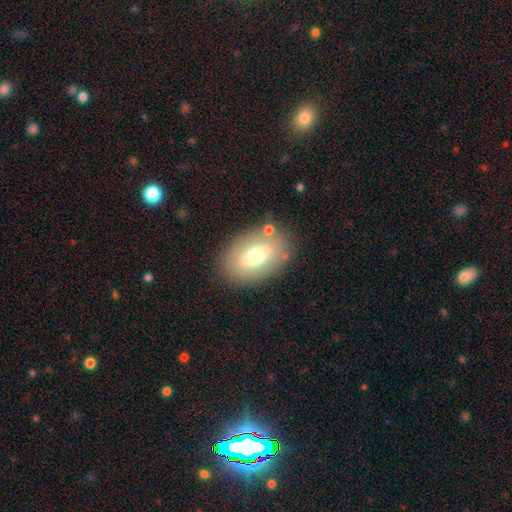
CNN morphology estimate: Smooth or featured? smooth (60%)
How rounded? in between (86%)
Merging? none (80%)